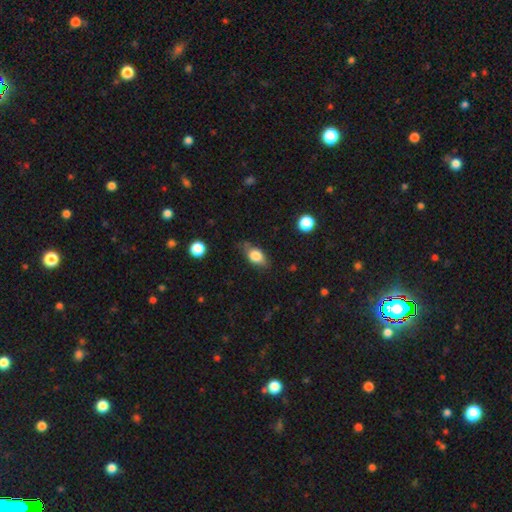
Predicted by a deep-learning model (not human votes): Smooth or featured: smooth — 76% (featured or disk — 16%)
How rounded: in between — 84% (round — 11%)
Merging: none — 66% (minor disturbance — 26%)